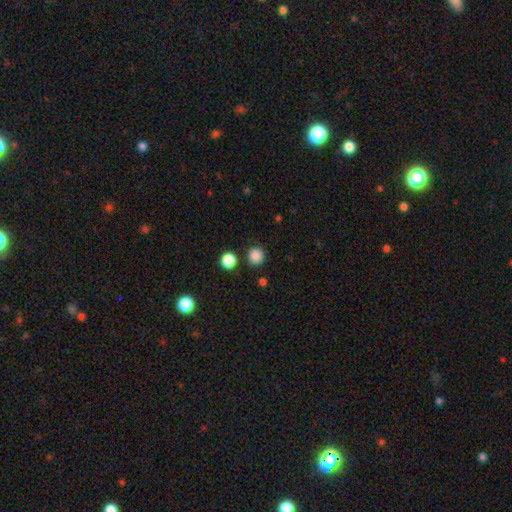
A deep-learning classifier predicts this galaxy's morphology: smooth-or-featured: smooth: 86% | star or artifact: 12% | featured or disk: 3%
  how-rounded: round: 93% | in between: 6% | cigar-shaped: 1%
  merging: none: 88% | minor disturbance: 6% | merger: 3% | major disturbance: 2%